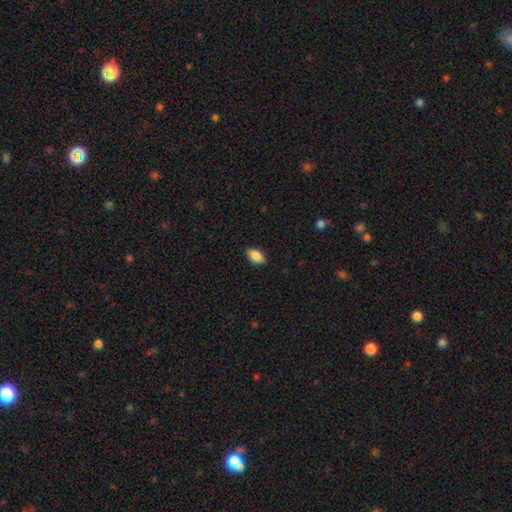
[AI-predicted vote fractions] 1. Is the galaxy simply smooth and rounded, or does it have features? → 88% smooth, 7% star or artifact, 5% featured or disk.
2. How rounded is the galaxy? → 92% in between, 4% round, 3% cigar-shaped.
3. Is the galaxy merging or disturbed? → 88% none, 9% minor disturbance, 2% major disturbance, 1% merger.